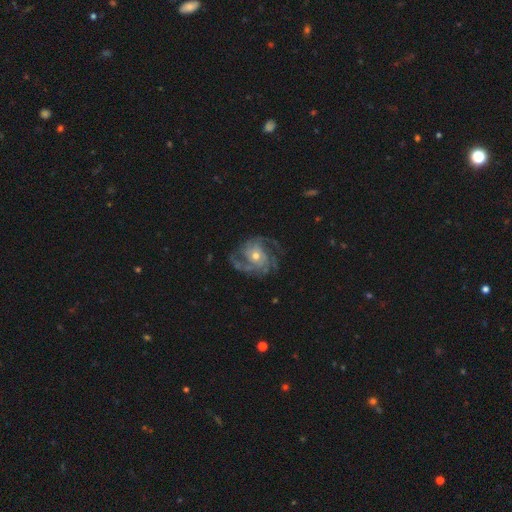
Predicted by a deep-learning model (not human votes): This is clearly a featured or disk galaxy (88%). It is clearly not viewed edge-on (98%). Bar: likely no (75%). Spiral arm pattern: clearly yes (96%). Spiral arm count: marginally 3 (30%). Spiral winding: marginally tight (44%). Central bulge: likely moderate (60%). Merging: likely none (68%).